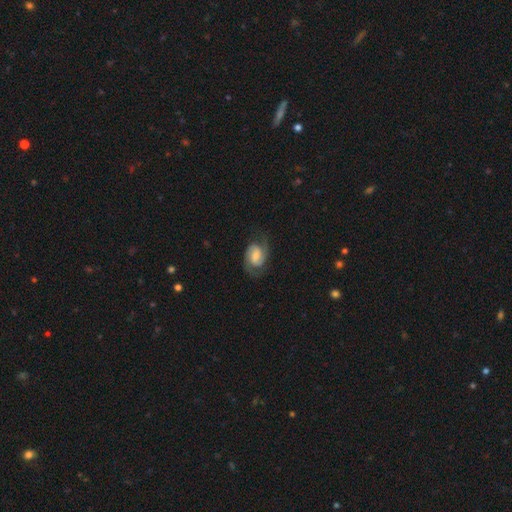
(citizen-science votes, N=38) Smooth or featured: featured or disk — 84% (smooth — 13%)
Edge-on disk: no — 100%
Bar: weak — 59% (no — 28%)
Spiral arms: yes — 97% (no — 3%)
Spiral winding: medium — 52% (tight — 32%)
Spiral arm count: 2 — 97% (3 — 3%)
Bulge size: small — 34% (tied with none — 34%)
Merging: none — 76% (minor disturbance — 11%)